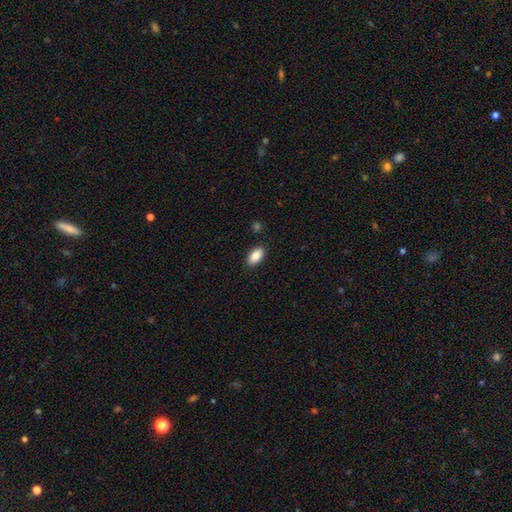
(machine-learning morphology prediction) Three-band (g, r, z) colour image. It shows a smooth galaxy with no disk features (89%) that is in between round and cigar-shaped (92%). Merging: none (87%).